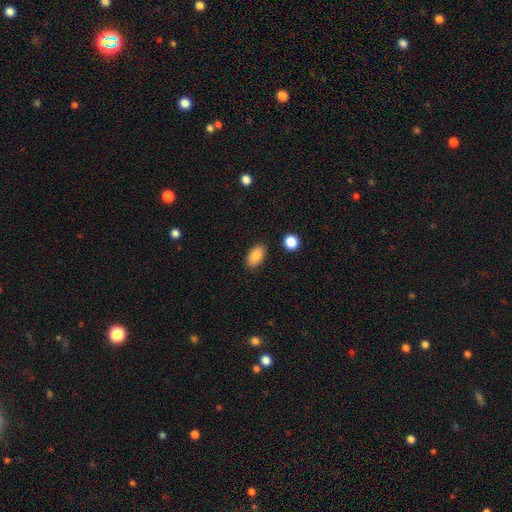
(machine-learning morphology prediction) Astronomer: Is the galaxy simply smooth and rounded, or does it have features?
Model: smooth — 88%.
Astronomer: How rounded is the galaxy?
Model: in between — 93%.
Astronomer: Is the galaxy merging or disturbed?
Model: none — 87%.